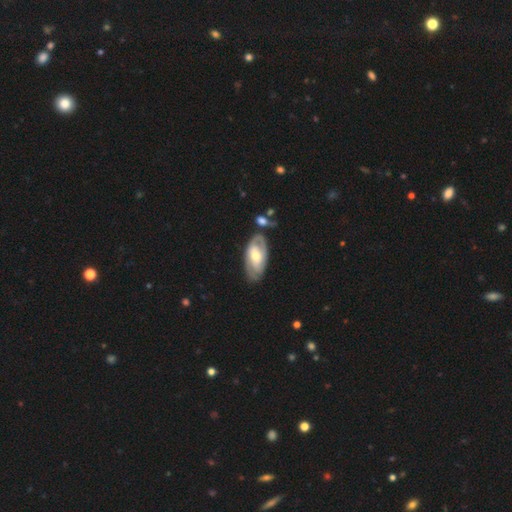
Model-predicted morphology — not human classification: Smooth or featured? Predicted: featured or disk (p=0.64). Edge-on disk? Predicted: no (p=0.90). Bar? Predicted: no (p=0.51). Spiral arms? Predicted: yes (p=0.74). Bulge size? Predicted: moderate (p=0.61). Merging? Predicted: none (p=0.67).